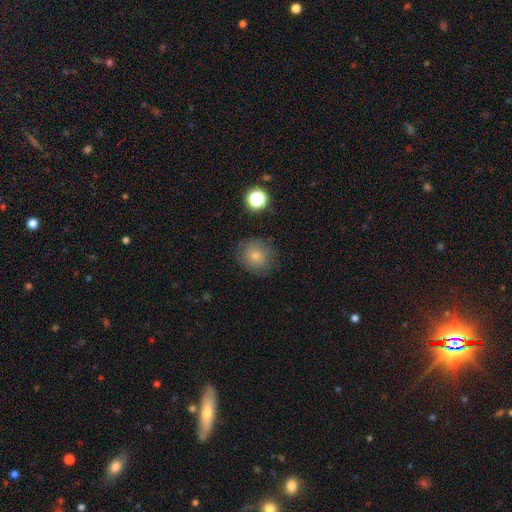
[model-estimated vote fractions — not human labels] smooth 77%, star or artifact 12%, featured or disk 11%. Down the decision tree: how rounded — round (84%); merging — none (79%).